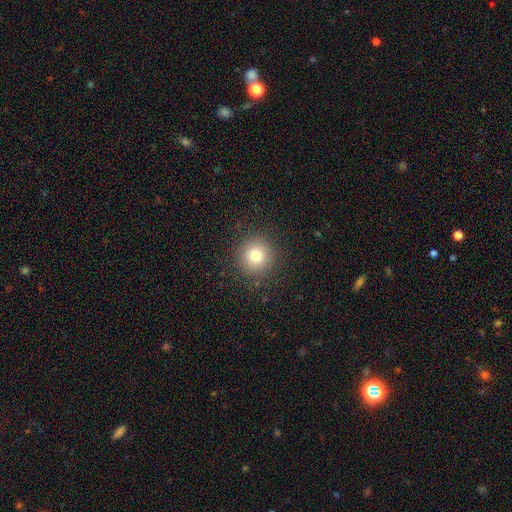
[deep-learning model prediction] smooth-or-featured: smooth: 78% | star or artifact: 13% | featured or disk: 9%
  how-rounded: round: 94% | in between: 6% | cigar-shaped: 1%
  merging: none: 90% | minor disturbance: 7% | major disturbance: 3% | merger: 1%